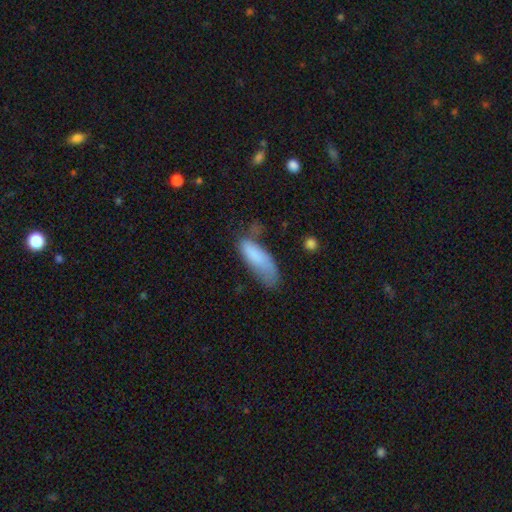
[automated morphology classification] A smooth galaxy with no disk features (79%) that is in between round and cigar-shaped (63%). Merging: minor disturbance (34%).